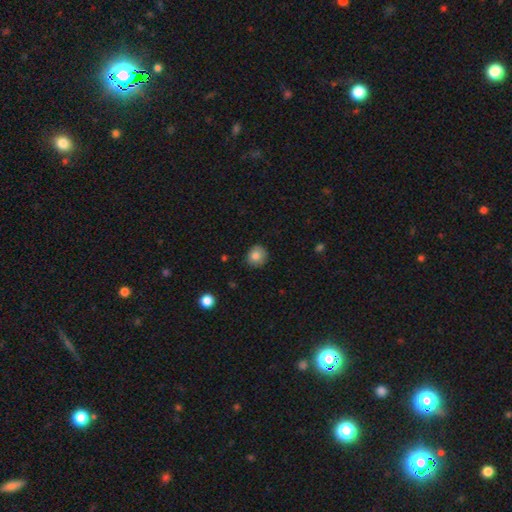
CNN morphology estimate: Smooth or featured? Predicted: smooth (p=0.83). How rounded? Predicted: round (p=0.85). Merging? Predicted: none (p=0.85).